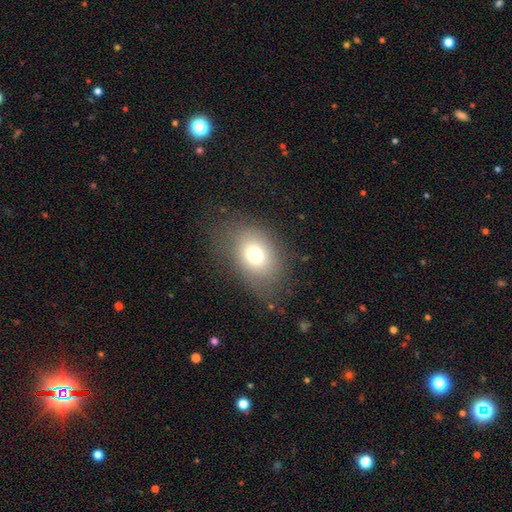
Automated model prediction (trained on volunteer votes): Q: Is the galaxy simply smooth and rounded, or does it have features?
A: smooth — 71%.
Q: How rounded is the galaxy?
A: in between — 67%.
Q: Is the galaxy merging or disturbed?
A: none — 73%.